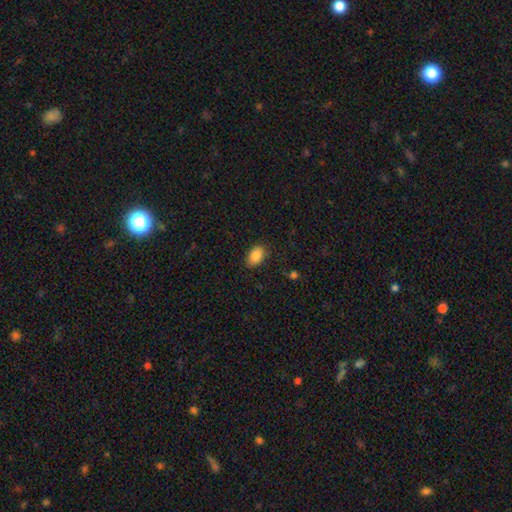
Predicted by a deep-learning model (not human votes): Smooth or featured: smooth — 85% (star or artifact — 8%)
How rounded: in between — 85% (round — 14%)
Merging: none — 85% (minor disturbance — 11%)